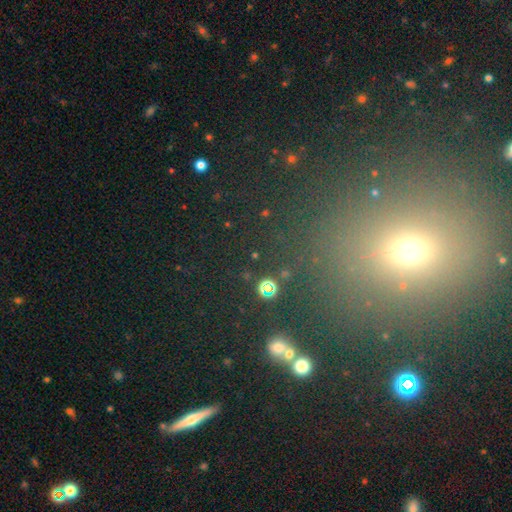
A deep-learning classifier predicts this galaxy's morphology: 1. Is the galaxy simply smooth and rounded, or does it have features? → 49% star or artifact, 38% smooth, 13% featured or disk.